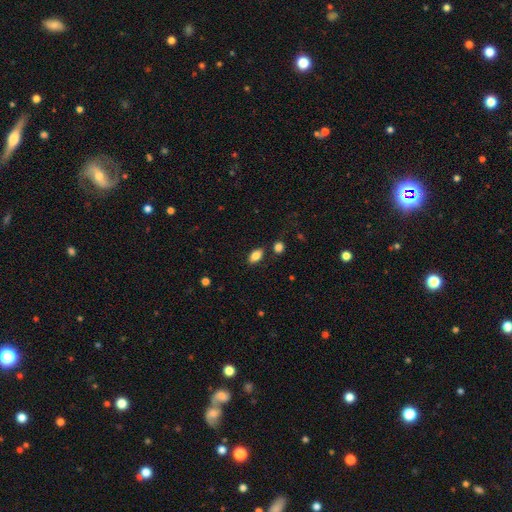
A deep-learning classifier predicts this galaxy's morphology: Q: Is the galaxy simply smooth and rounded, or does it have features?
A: smooth — 84%.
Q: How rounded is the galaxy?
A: in between — 89%.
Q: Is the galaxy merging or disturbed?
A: none — 81%.